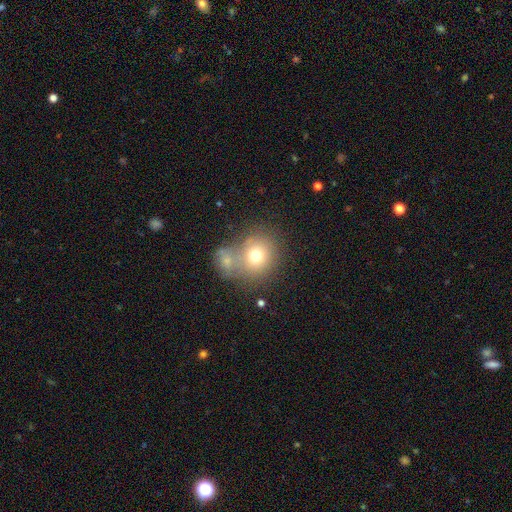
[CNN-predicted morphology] This appears to be a smooth galaxy with no disk features (71%) that is round (78%). Merging: none (43%).